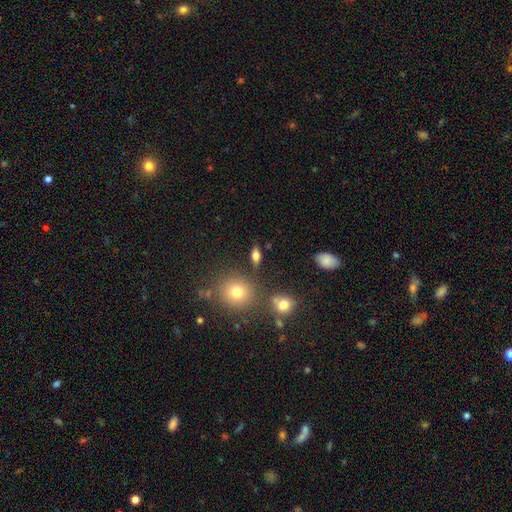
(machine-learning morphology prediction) A smooth galaxy with no disk features (69%) that is in between round and cigar-shaped (72%).

Vote fractions:
- Smooth or featured? smooth: 69% / featured or disk: 18% / star or artifact: 13%
- How rounded? in between: 72% / round: 15% / cigar-shaped: 13%
- Merging? none: 80% / minor disturbance: 11% / merger: 6% / major disturbance: 4%